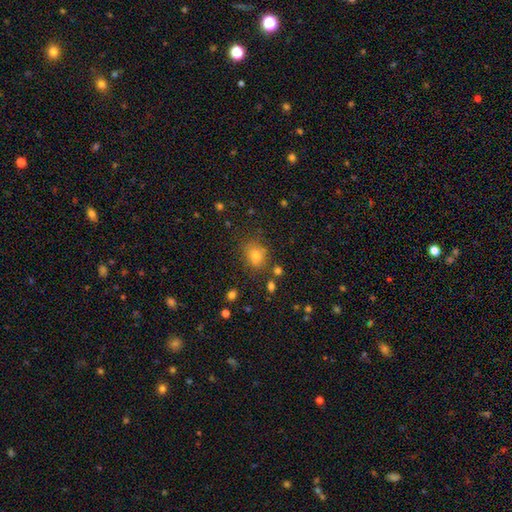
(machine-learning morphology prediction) smooth 71%, star or artifact 20%, featured or disk 8%. Down the decision tree: how rounded — round (64%); merging — none (76%).